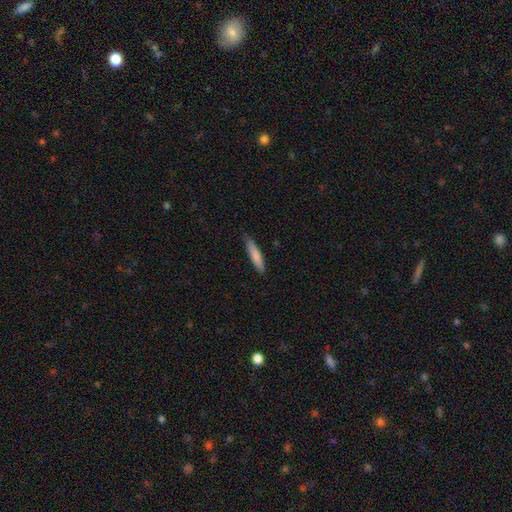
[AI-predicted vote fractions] The model was most divided on "merging": none: 81%, minor disturbance: 15%, major disturbance: 2%, merger: 1%. More confident: how rounded — cigar-shaped (83%); smooth or featured — smooth (82%).